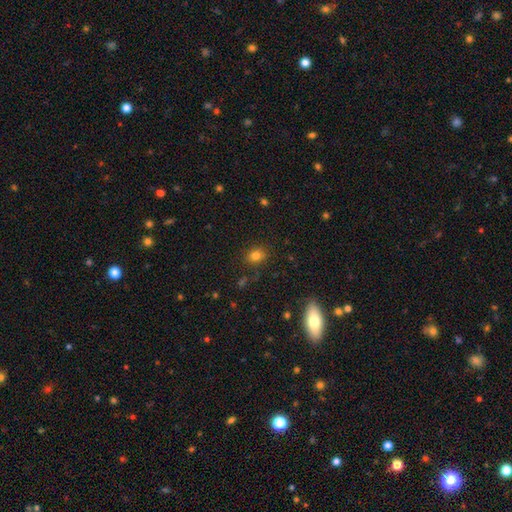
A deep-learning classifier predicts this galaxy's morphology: Smooth or featured?
  - smooth: 79% *
  - star or artifact: 15%
  - featured or disk: 7%
How rounded?
  - round: 51% *
  - in between: 48%
  - cigar-shaped: 1%
Merging?
  - none: 80% *
  - minor disturbance: 13%
  - major disturbance: 4%
  - merger: 2%